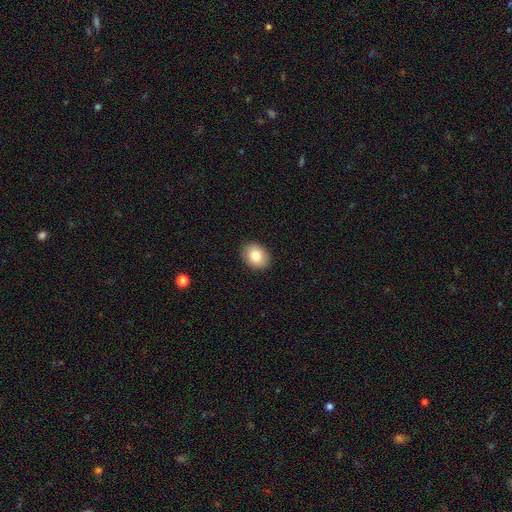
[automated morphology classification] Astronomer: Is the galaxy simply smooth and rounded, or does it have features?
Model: smooth — 81%.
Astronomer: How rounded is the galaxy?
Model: in between — 55% (runner-up: round, 44%).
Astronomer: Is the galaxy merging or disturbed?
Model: none — 90%.